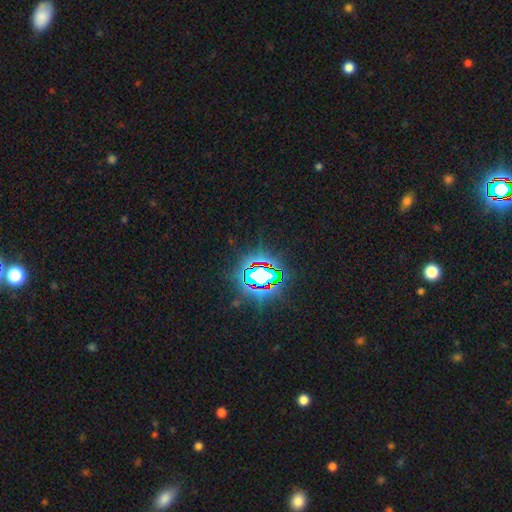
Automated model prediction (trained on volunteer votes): smooth-or-featured: star or artifact: 85% | smooth: 9% | featured or disk: 6%